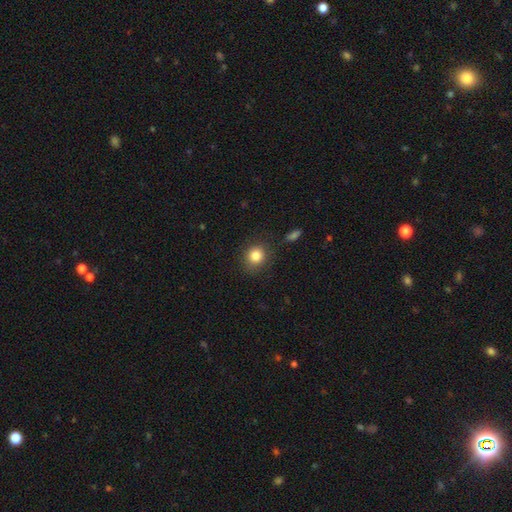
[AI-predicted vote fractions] Smooth or featured: smooth — 83% (star or artifact — 10%)
How rounded: round — 81% (in between — 18%)
Merging: none — 84% (minor disturbance — 11%)